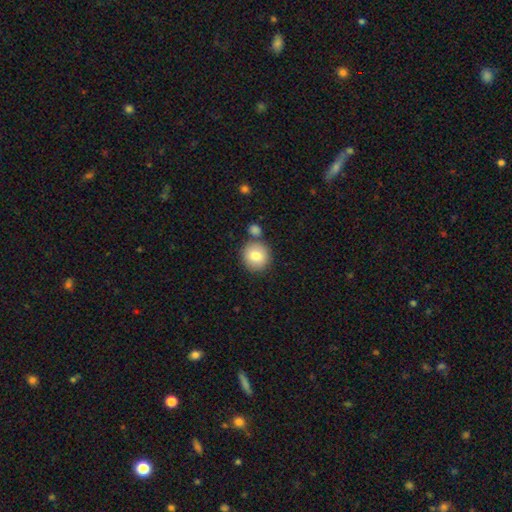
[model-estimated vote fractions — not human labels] smooth_or_featured: smooth (p=0.81) [alt: featured or disk p=0.10]
how_rounded: round (p=0.91) [alt: in between p=0.08]
merging: none (p=0.73) [alt: merger p=0.15]